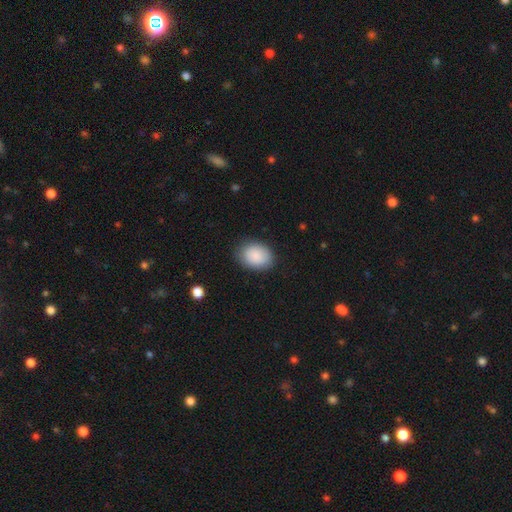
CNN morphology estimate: Q: Smooth or featured?
A: smooth (89%); runner-up: star or artifact (6%)
Q: How rounded?
A: in between (71%); runner-up: round (28%)
Q: Merging?
A: none (85%); runner-up: minor disturbance (11%)